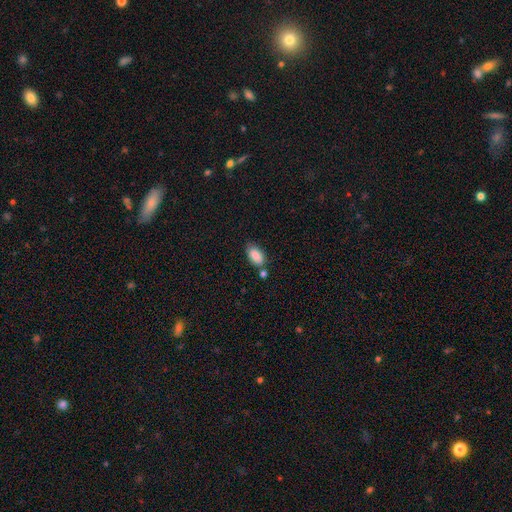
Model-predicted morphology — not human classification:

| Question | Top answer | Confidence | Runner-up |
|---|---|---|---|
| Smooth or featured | smooth | 88% | star or artifact (7%) |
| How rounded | in between | 93% | round (4%) |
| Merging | none | 65% | minor disturbance (18%) |